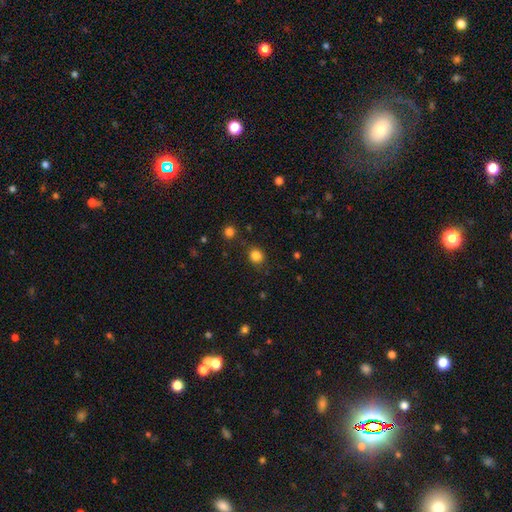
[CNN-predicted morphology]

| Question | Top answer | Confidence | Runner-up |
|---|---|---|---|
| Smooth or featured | smooth | 82% | star or artifact (13%) |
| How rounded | round | 81% | in between (18%) |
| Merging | none | 80% | minor disturbance (12%) |